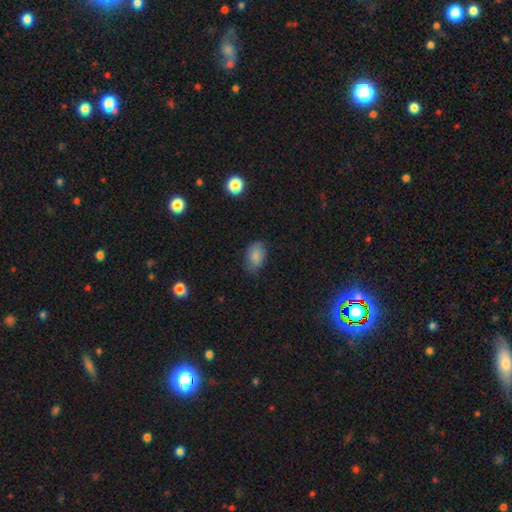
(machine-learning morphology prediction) A smooth galaxy with no disk features (83%) that is in between round and cigar-shaped (85%). Merging: none (72%).